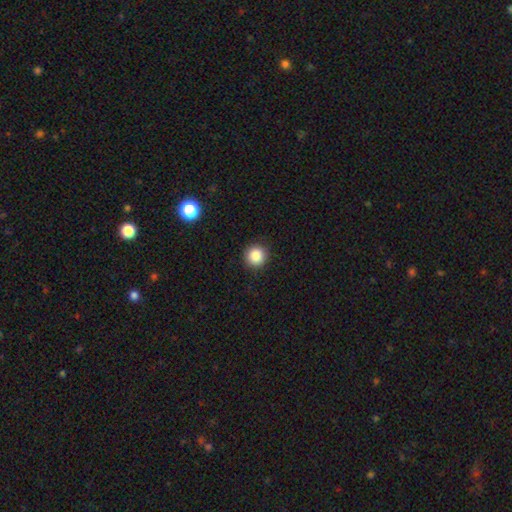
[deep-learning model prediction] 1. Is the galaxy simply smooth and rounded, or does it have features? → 86% smooth, 10% star or artifact, 4% featured or disk.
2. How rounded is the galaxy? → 95% round, 4% in between, 1% cigar-shaped.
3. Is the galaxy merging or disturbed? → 92% none, 5% minor disturbance, 2% major disturbance, 1% merger.